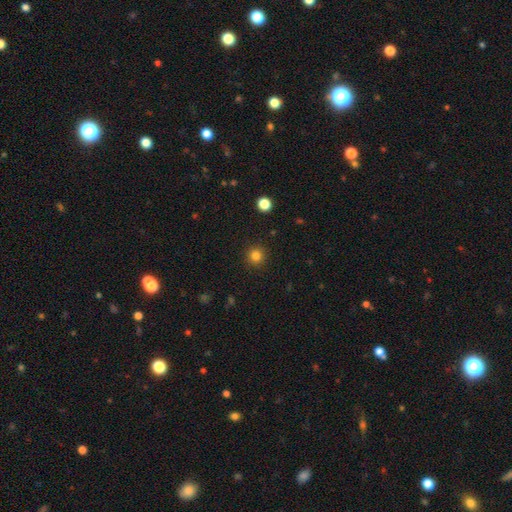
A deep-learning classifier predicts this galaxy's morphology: Smooth or featured? smooth (82%)
How rounded? round (94%)
Merging? none (91%)